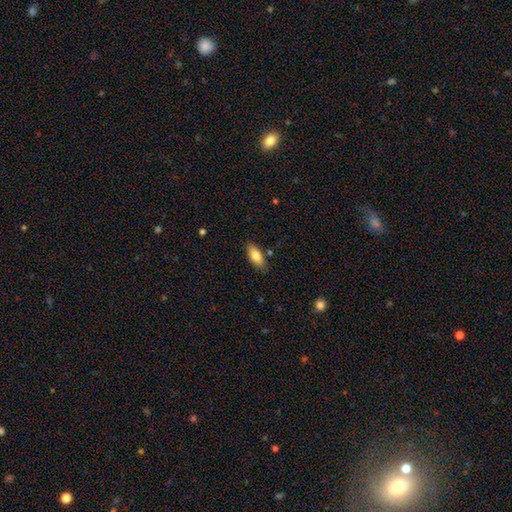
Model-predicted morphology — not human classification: This is clearly a smooth galaxy (81%). How rounded: clearly in between (84%). Merging: clearly none (83%).